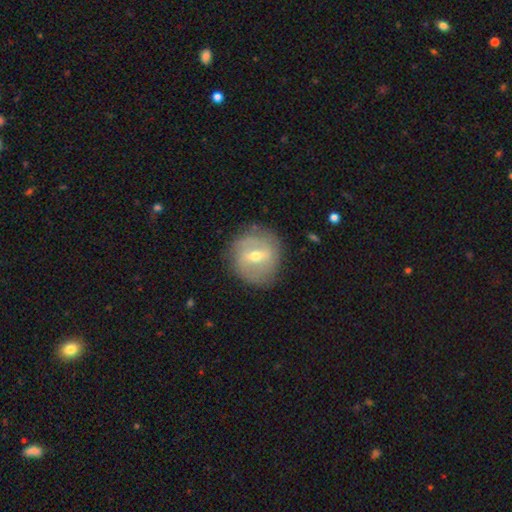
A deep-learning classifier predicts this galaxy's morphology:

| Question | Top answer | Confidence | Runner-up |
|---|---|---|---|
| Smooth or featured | featured or disk | 67% | smooth (26%) |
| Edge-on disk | no | 93% | yes (7%) |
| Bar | weak | 46% | strong (41%) |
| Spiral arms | yes | 59% | no (41%) |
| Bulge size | moderate | 60% | small (36%) |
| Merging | none | 80% | minor disturbance (14%) |